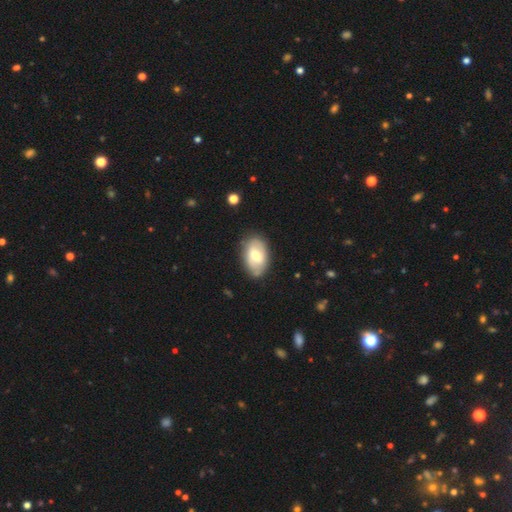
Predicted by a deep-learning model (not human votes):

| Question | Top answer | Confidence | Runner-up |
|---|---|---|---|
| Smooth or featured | smooth | 57% | featured or disk (37%) |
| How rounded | in between | 91% | round (7%) |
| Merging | none | 79% | minor disturbance (16%) |